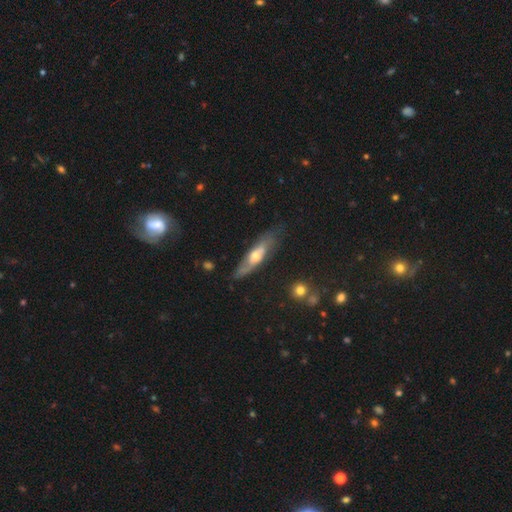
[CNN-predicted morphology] featured or disk 57%, smooth 37%, star or artifact 6%. Down the decision tree: edge-on disk — no (53%); merging — none (65%).